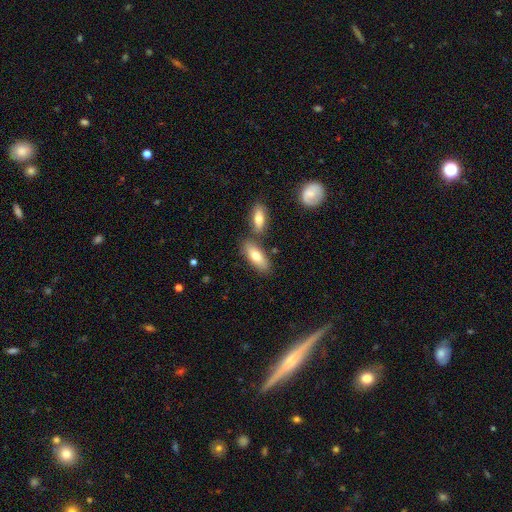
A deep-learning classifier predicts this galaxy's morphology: smooth 75%, featured or disk 19%, star or artifact 7%. Down the decision tree: how rounded — in between (79%); merging — none (68%).